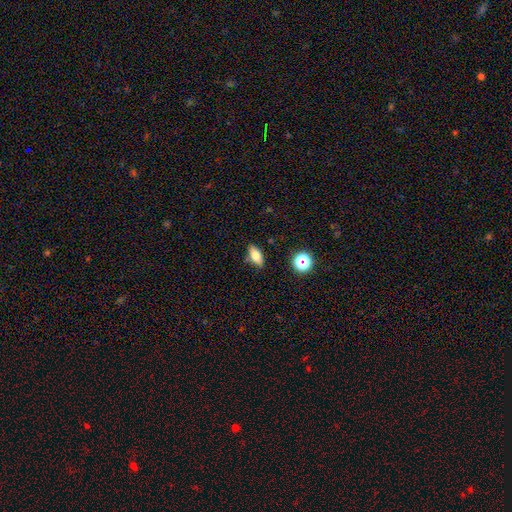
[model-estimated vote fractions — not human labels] This is likely a smooth galaxy (70%). How rounded: likely in between (80%). Merging: clearly none (83%).